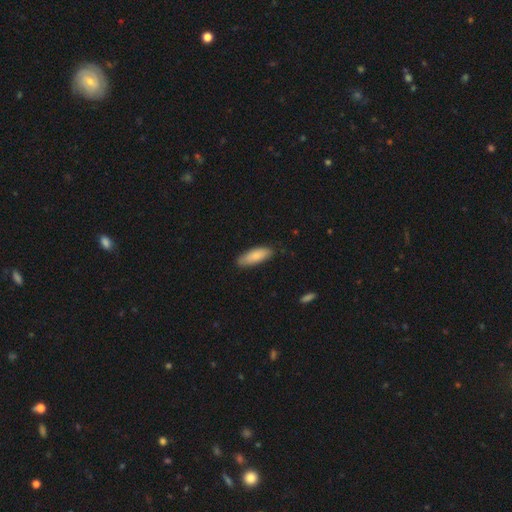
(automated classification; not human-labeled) smooth-or-featured: smooth: 82% | featured or disk: 13% | star or artifact: 6%
  how-rounded: in between: 65% | cigar-shaped: 33% | round: 2%
  merging: none: 84% | minor disturbance: 13% | major disturbance: 2% | merger: 1%